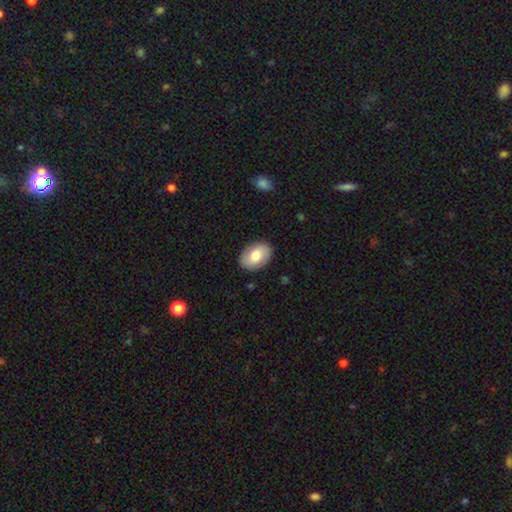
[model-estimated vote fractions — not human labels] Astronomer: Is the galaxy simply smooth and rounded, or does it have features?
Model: smooth — 75%.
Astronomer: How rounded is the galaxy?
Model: in between — 86%.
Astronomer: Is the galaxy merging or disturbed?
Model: none — 87%.